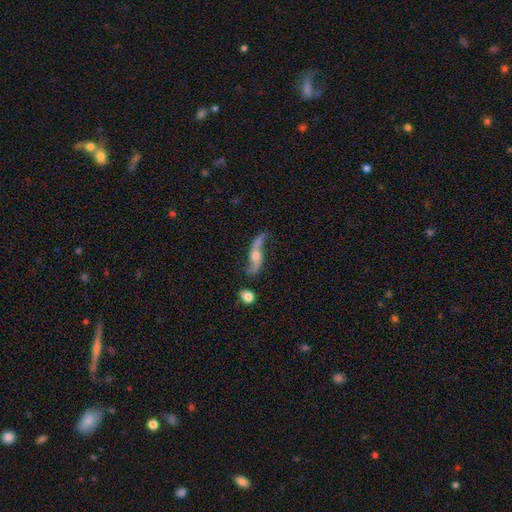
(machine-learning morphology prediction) A featured or disk galaxy (86%) with no bar (61%), 2 (93%) loose (92%) spiral arms (95%) and a moderate central bulge (57%).

Vote fractions:
- Smooth or featured? featured or disk: 86% / smooth: 8% / star or artifact: 6%
- Edge-on disk? no: 85% / yes: 15%
- Bar? no: 61% / weak: 26% / strong: 13%
- Spiral arms? yes: 95% / no: 5%
- Spiral winding? loose: 92% / medium: 6% / tight: 2%
- Spiral arm count? 2: 93% / 1: 3% / can't tell: 2% / 3: 1% / 4: 1% / more than 4: 1%
- Bulge size? moderate: 57% / small: 33% / large: 5% / none: 3% / dominant: 2%
- Merging? none: 68% / minor disturbance: 18% / major disturbance: 10% / merger: 4%